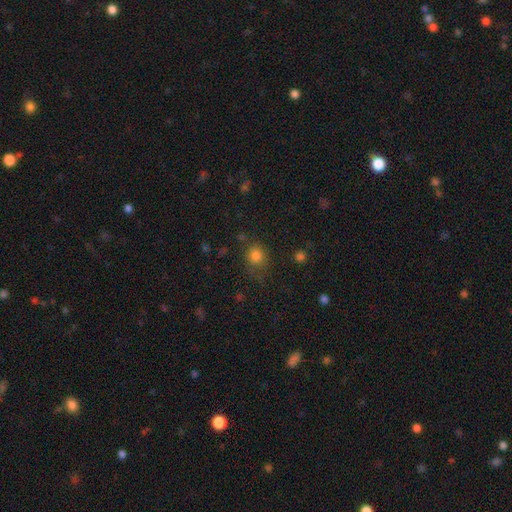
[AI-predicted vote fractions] Overall: smooth (80%). How rounded: round (78%). Merging: none (71%).